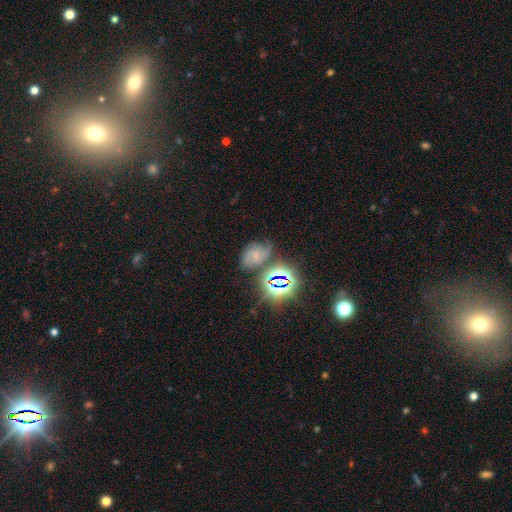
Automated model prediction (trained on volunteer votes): Overall: featured or disk (48%; star or artifact 29%). Merging: none (53%; minor disturbance 24%).